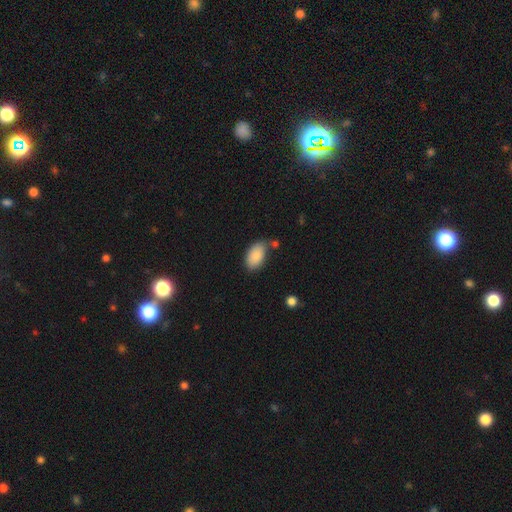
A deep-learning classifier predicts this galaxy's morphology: Smooth or featured? Predicted: smooth (p=0.88). How rounded? Predicted: in between (p=0.94). Merging? Predicted: none (p=0.67).